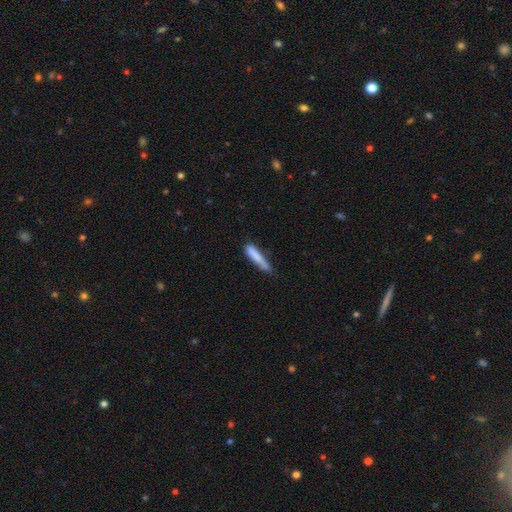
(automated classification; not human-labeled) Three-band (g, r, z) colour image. It shows a smooth galaxy with no disk features (81%) that is cigar-shaped (89%). Merging: none (58%).